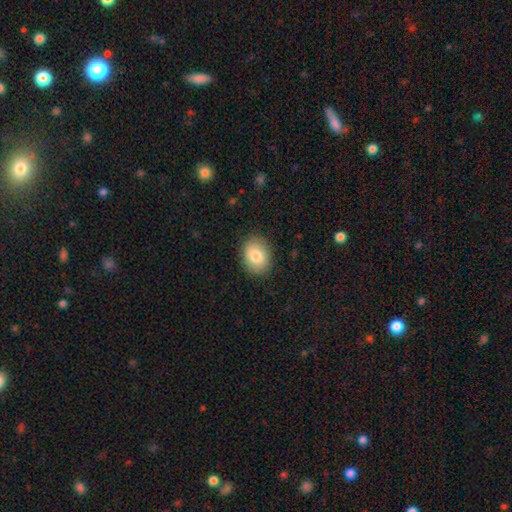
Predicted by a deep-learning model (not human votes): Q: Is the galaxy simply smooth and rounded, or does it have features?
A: smooth — 82%.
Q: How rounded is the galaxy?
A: in between — 61%.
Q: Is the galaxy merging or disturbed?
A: none — 88%.